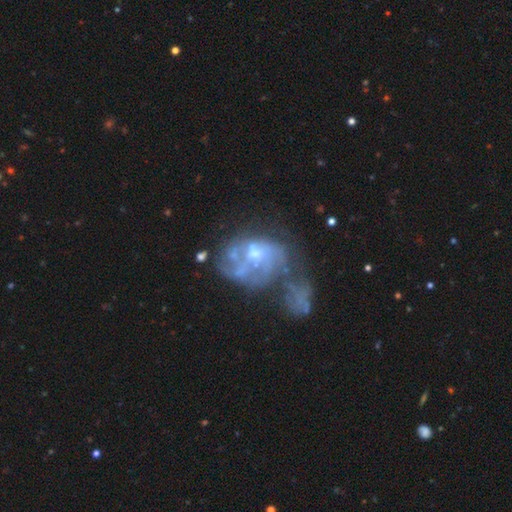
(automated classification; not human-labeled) This is likely a featured or disk galaxy (71%). It is clearly not viewed edge-on (98%). Bar: likely no (79%). Spiral arm pattern: possibly no (58%). Central bulge: marginally moderate (40%). Merging: marginally merger (41%).